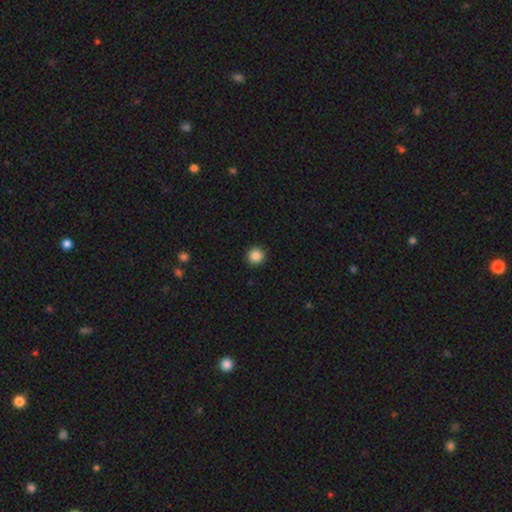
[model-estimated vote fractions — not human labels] The model was most divided on "smooth or featured": smooth: 87%, star or artifact: 10%, featured or disk: 4%. More confident: how rounded — round (95%); merging — none (93%).